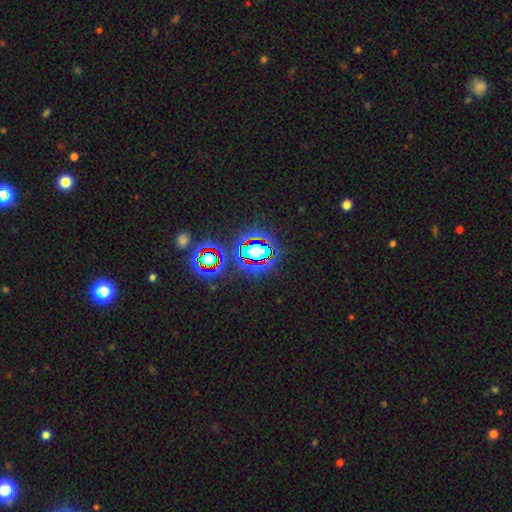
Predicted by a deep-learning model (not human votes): Q: Smooth or featured?
A: star or artifact (77%); runner-up: smooth (14%)